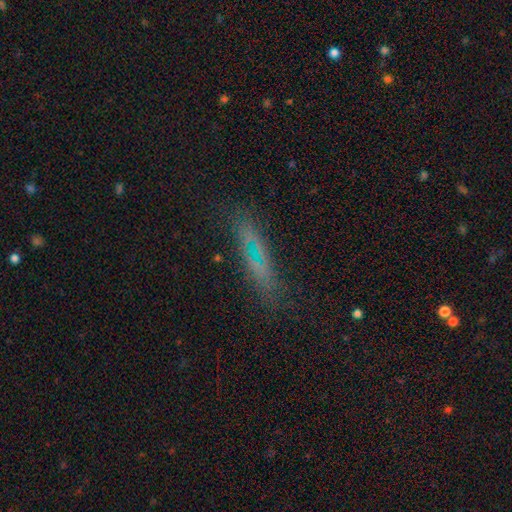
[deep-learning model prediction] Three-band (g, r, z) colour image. It shows a featured or disk galaxy (43%). Merging: none (66%).